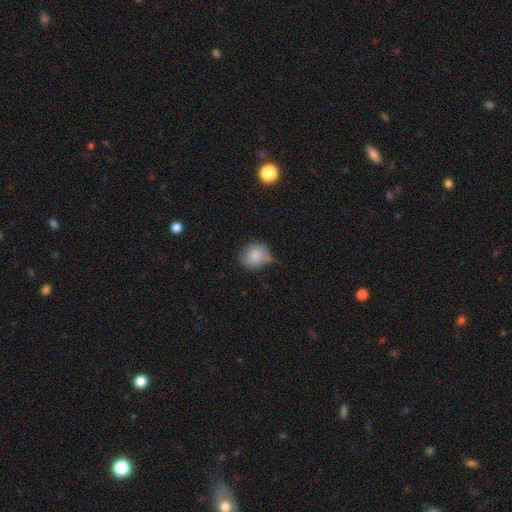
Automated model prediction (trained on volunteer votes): Q: Smooth or featured?
A: smooth (83%); runner-up: featured or disk (9%)
Q: How rounded?
A: round (76%); runner-up: in between (23%)
Q: Merging?
A: none (46%); runner-up: minor disturbance (39%)